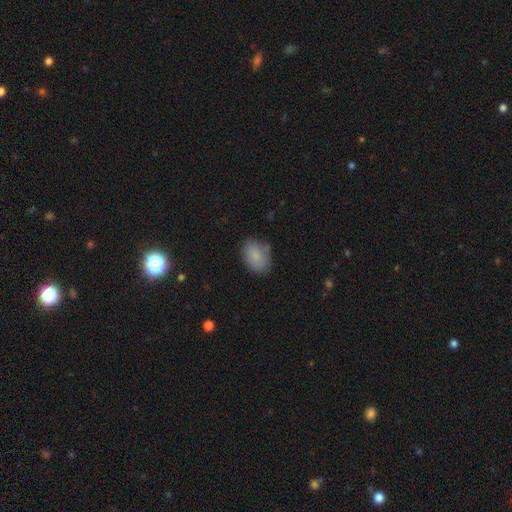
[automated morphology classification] A smooth galaxy with no disk features (84%) that is in between round and cigar-shaped (82%). Merging: none (75%).